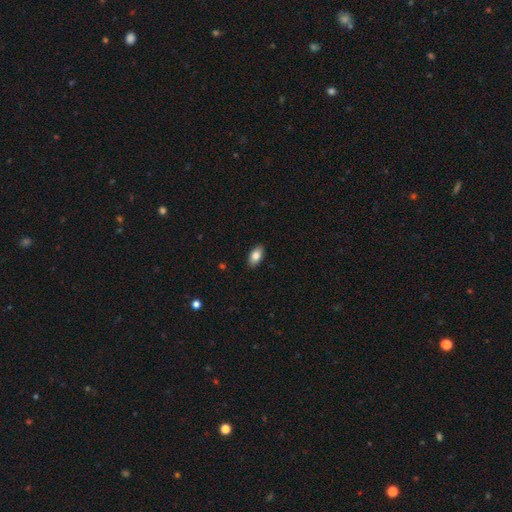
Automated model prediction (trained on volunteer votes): Smooth or featured: smooth — 83% (featured or disk — 11%)
How rounded: in between — 93% (cigar-shaped — 4%)
Merging: none — 89% (minor disturbance — 8%)